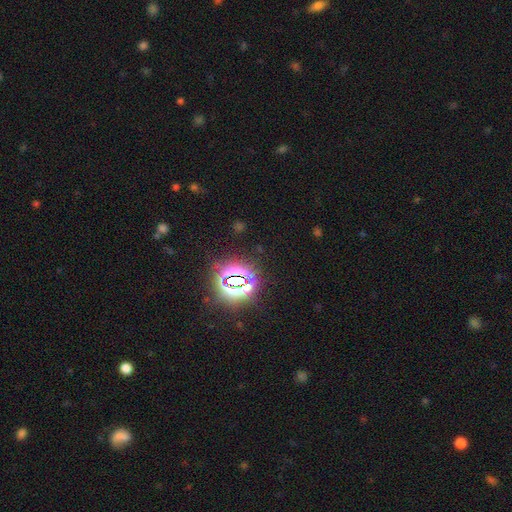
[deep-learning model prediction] Q: Smooth or featured?
A: star or artifact (80%); runner-up: smooth (13%)